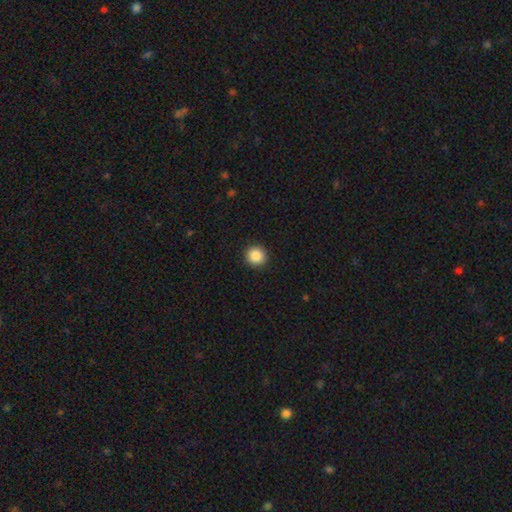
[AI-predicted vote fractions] The model was most divided on "smooth or featured": smooth: 88%, star or artifact: 9%, featured or disk: 3%. More confident: how rounded — round (93%); merging — none (92%).